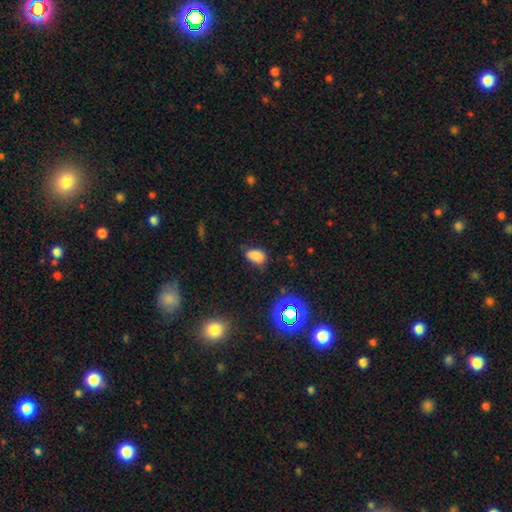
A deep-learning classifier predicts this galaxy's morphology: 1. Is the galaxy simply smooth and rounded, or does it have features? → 78% smooth, 16% star or artifact, 7% featured or disk.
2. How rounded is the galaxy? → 89% in between, 9% round, 2% cigar-shaped.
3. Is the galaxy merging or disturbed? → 63% none, 27% minor disturbance, 7% major disturbance, 3% merger.